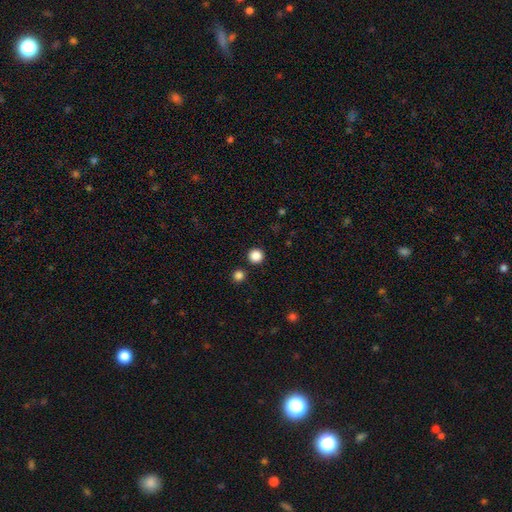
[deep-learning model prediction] Smooth or featured? Predicted: smooth (p=0.86). How rounded? Predicted: round (p=0.95). Merging? Predicted: none (p=0.90).